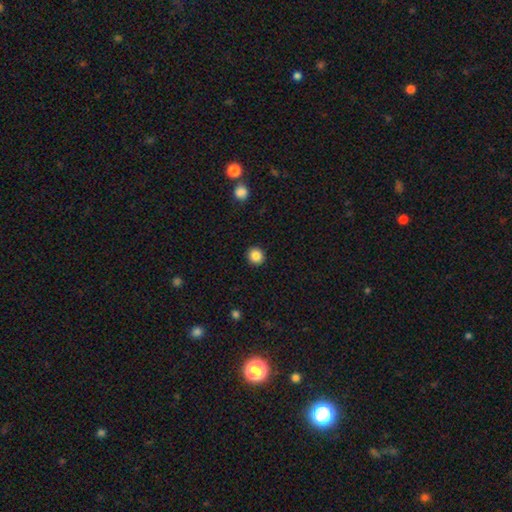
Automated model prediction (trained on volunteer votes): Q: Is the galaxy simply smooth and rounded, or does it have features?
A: smooth — 86%.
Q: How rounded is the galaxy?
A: round — 92%.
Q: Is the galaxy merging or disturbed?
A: none — 93%.